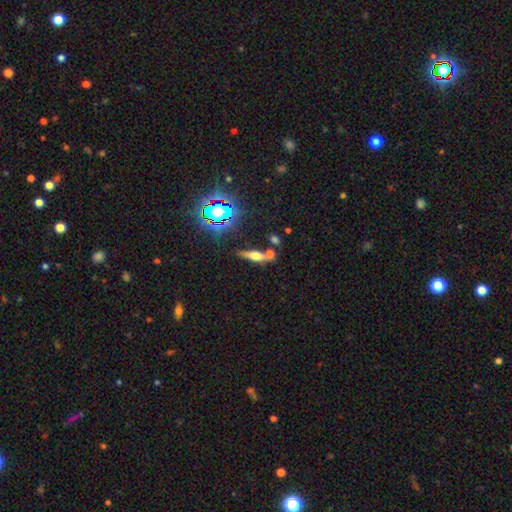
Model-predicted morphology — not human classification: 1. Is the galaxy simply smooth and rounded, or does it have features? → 42% featured or disk, 39% smooth, 18% star or artifact.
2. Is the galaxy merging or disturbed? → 61% none, 22% merger, 12% minor disturbance, 5% major disturbance.